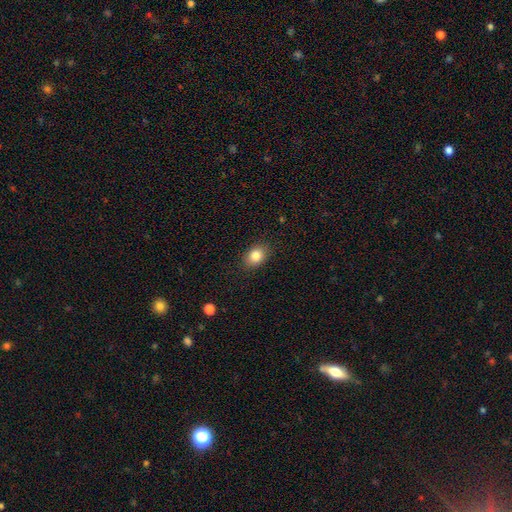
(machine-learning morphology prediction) Smooth or featured: smooth — 84% (star or artifact — 9%)
How rounded: in between — 69% (round — 30%)
Merging: none — 86% (minor disturbance — 11%)